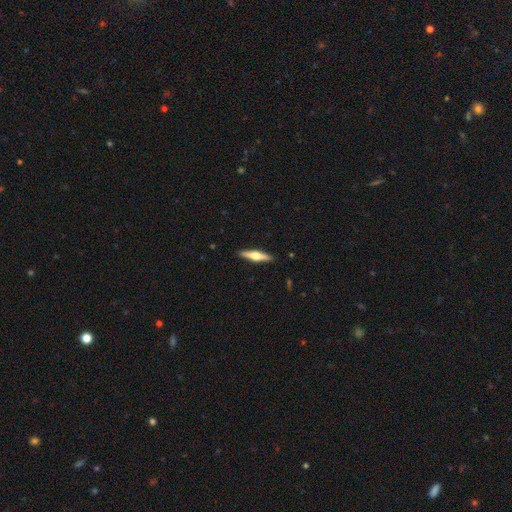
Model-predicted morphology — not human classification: smooth_or_featured: featured or disk (p=0.58) [alt: smooth p=0.37]
disk_edge_on: yes (p=0.96) [alt: no p=0.04]
edge_on_bulge: rounded (p=0.92) [alt: boxy p=0.05]
merging: none (p=0.90) [alt: minor disturbance p=0.07]